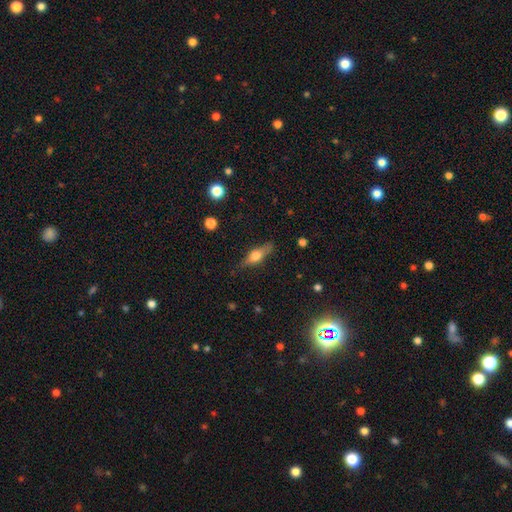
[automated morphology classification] Smooth or featured? Predicted: smooth (p=0.49). Merging? Predicted: none (p=0.80).